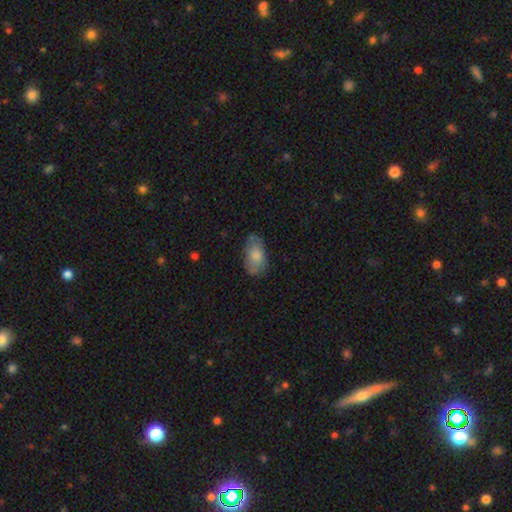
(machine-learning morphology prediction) smooth 74%, featured or disk 20%, star or artifact 6%. Down the decision tree: how rounded — in between (93%); merging — none (70%).